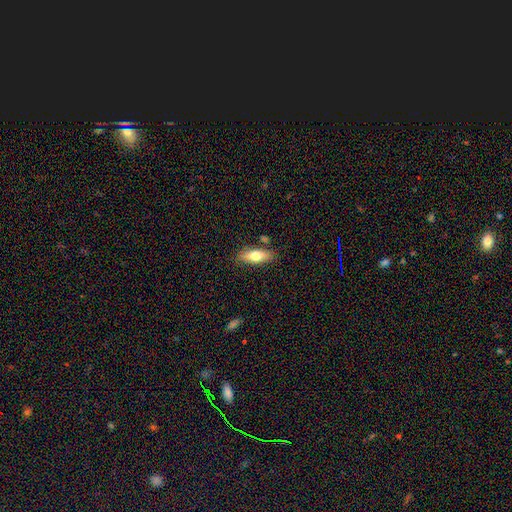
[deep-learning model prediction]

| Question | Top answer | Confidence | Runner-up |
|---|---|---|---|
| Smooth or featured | smooth | 69% | featured or disk (24%) |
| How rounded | in between | 68% | cigar-shaped (29%) |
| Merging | none | 80% | minor disturbance (12%) |